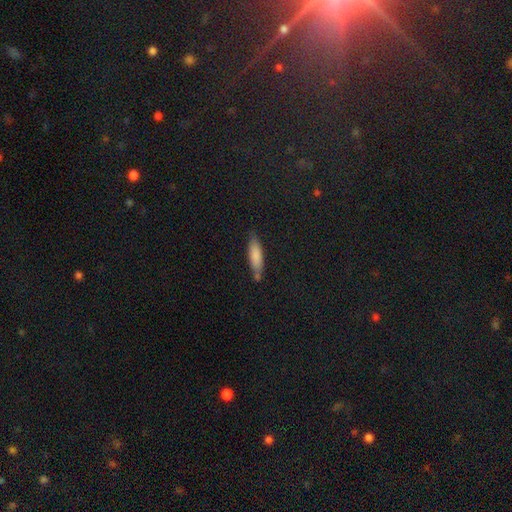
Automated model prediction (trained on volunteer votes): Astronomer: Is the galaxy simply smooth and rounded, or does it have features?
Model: smooth — 82%.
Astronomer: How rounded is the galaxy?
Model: cigar-shaped — 60% (runner-up: in between, 38%).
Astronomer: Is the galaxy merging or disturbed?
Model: none — 69%.